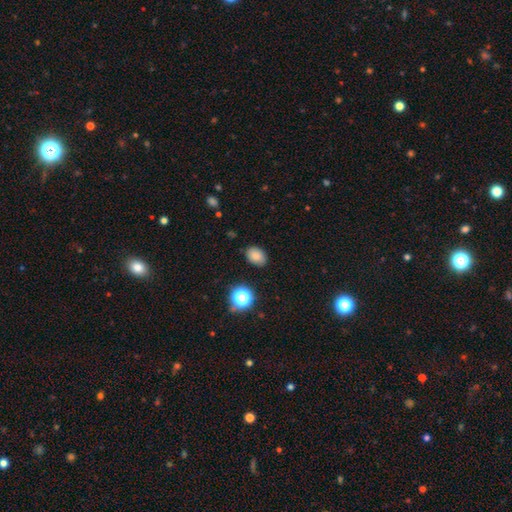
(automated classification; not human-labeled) smooth-or-featured: smooth: 82% | star or artifact: 13% | featured or disk: 5%
  how-rounded: in between: 72% | round: 28% | cigar-shaped: 1%
  merging: none: 84% | minor disturbance: 12% | major disturbance: 3% | merger: 2%